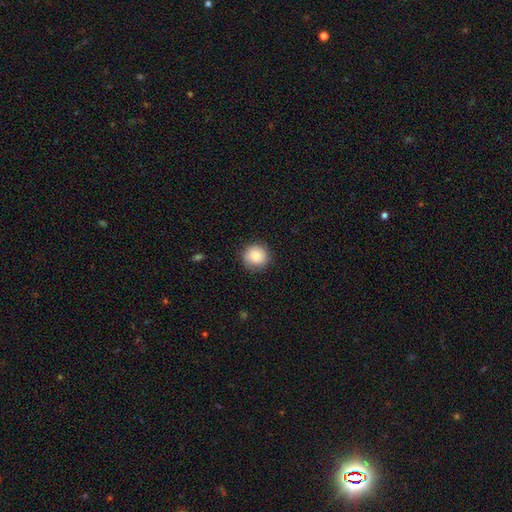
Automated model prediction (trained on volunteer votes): A smooth galaxy with no disk features (88%) that is round (92%). Merging: none (87%).